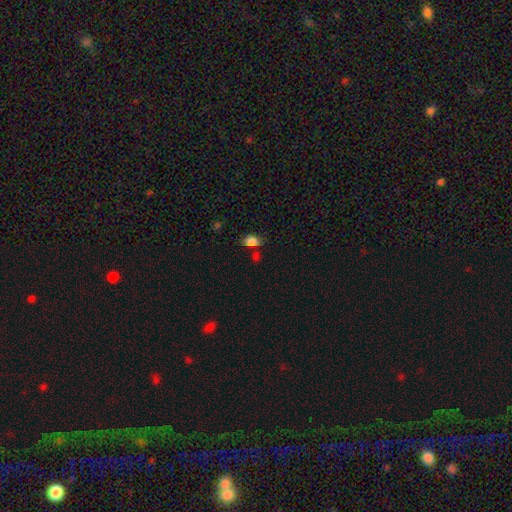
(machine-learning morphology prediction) Q: Smooth or featured?
A: smooth (74%); runner-up: star or artifact (19%)
Q: How rounded?
A: in between (79%); runner-up: round (17%)
Q: Merging?
A: none (61%); runner-up: minor disturbance (18%)